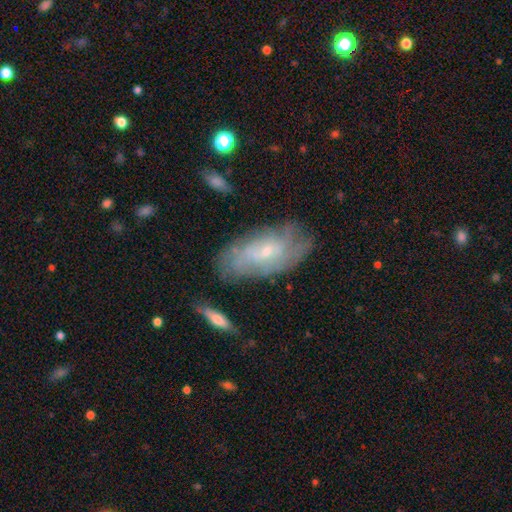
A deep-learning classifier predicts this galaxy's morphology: Overall: featured or disk (63%; smooth 29%). Edge-on disk: no (90%). Bar: no (63%; weak 31%). Spiral arms: yes (74%). Bulge size: small (73%). Merging: none (69%).